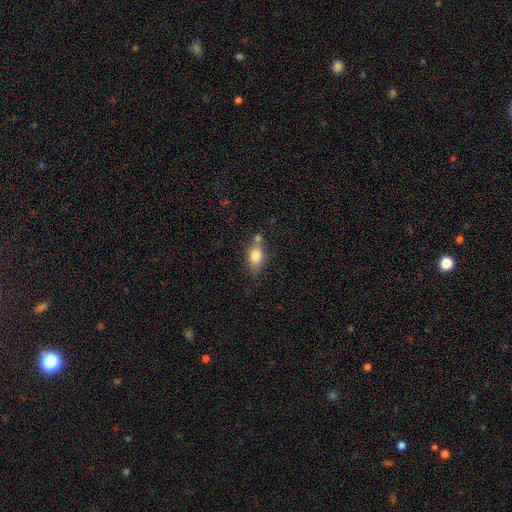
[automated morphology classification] Smooth or featured?
  - smooth: 80% *
  - featured or disk: 11%
  - star or artifact: 9%
How rounded?
  - in between: 75% *
  - round: 22%
  - cigar-shaped: 3%
Merging?
  - none: 54% *
  - merger: 24%
  - minor disturbance: 17%
  - major disturbance: 5%